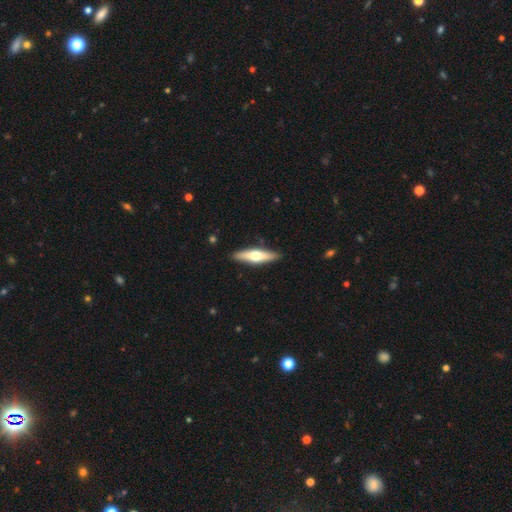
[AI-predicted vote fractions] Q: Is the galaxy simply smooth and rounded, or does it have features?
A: featured or disk — 53%.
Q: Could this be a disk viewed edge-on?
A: yes — 93%.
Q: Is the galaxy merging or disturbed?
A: none — 89%.